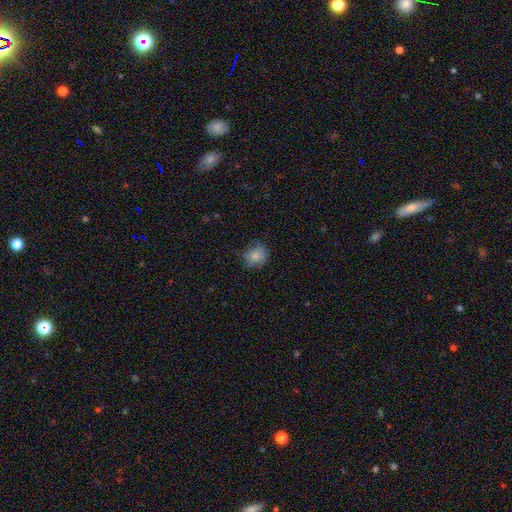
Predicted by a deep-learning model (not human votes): A smooth galaxy with no disk features (80%) that is round (69%).

Vote fractions:
- Smooth or featured? smooth: 80% / featured or disk: 10% / star or artifact: 10%
- How rounded? round: 69% / in between: 30% / cigar-shaped: 1%
- Merging? none: 67% / minor disturbance: 24% / major disturbance: 7% / merger: 1%